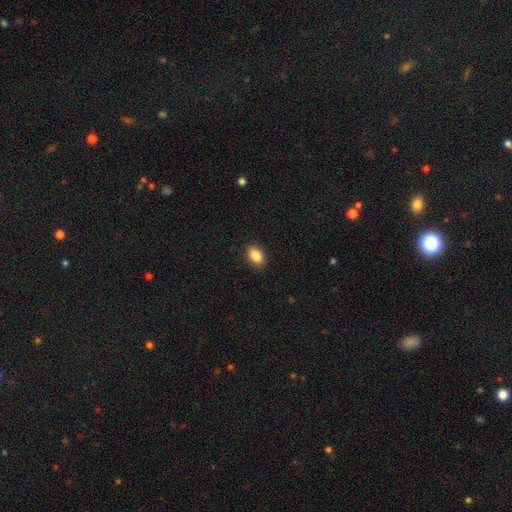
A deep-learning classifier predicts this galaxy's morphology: Smooth or featured? smooth (87%)
How rounded? in between (88%)
Merging? none (89%)